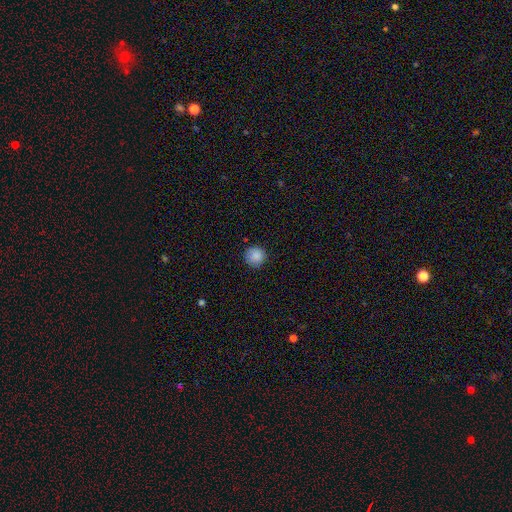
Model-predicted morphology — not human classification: This appears to be a smooth galaxy with no disk features (87%) that is round (95%). Merging: none (87%).